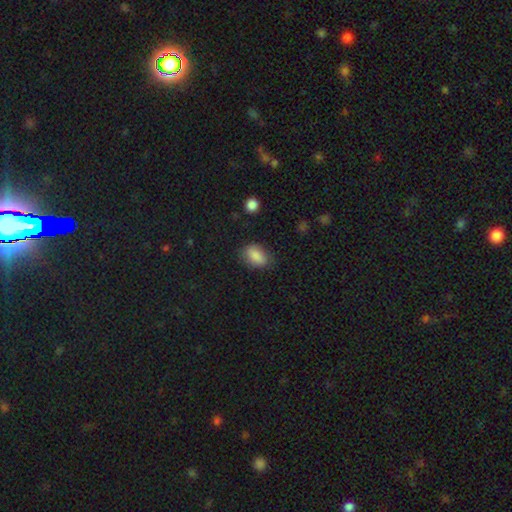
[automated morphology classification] This appears to be a smooth galaxy with no disk features (86%) that is in between round and cigar-shaped (83%). Merging: none (74%).